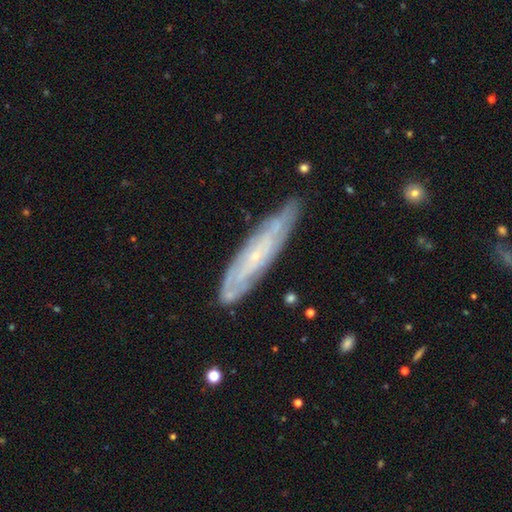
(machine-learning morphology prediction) This appears to be a featured or disk galaxy (72%). Merging: none (77%).